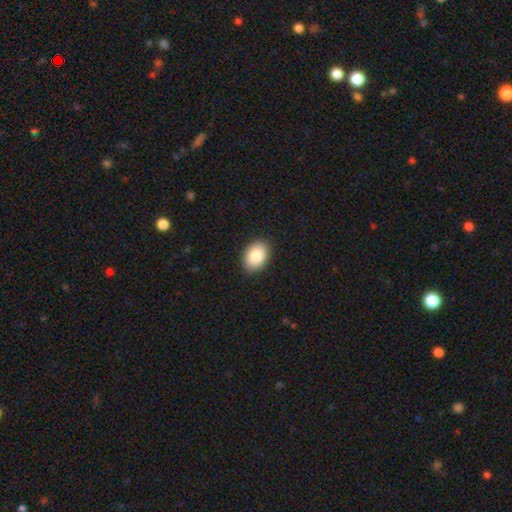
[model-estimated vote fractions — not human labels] Q: Smooth or featured?
A: smooth (87%); runner-up: star or artifact (7%)
Q: How rounded?
A: in between (83%); runner-up: round (16%)
Q: Merging?
A: none (90%); runner-up: minor disturbance (8%)